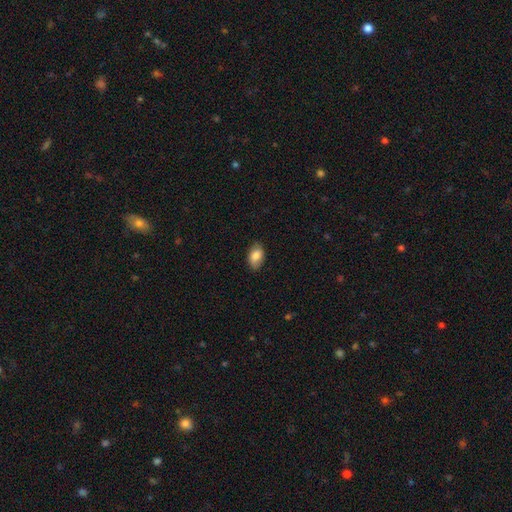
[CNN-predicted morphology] The model was most divided on "merging": none: 83%, minor disturbance: 13%, major disturbance: 3%, merger: 1%. More confident: how rounded — in between (91%); smooth or featured — smooth (85%).